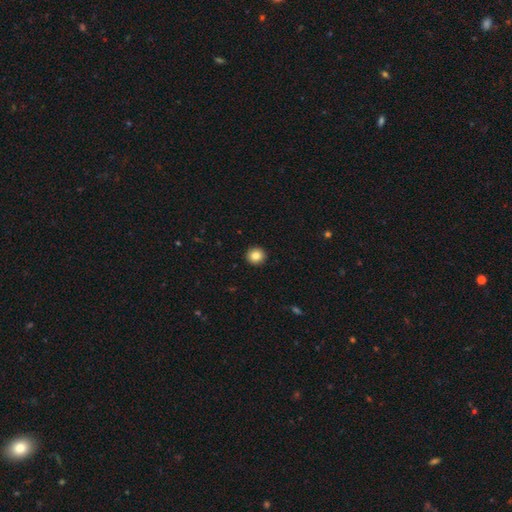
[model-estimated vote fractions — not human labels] This is clearly a smooth galaxy (84%). How rounded: clearly round (92%). Merging: clearly none (93%).